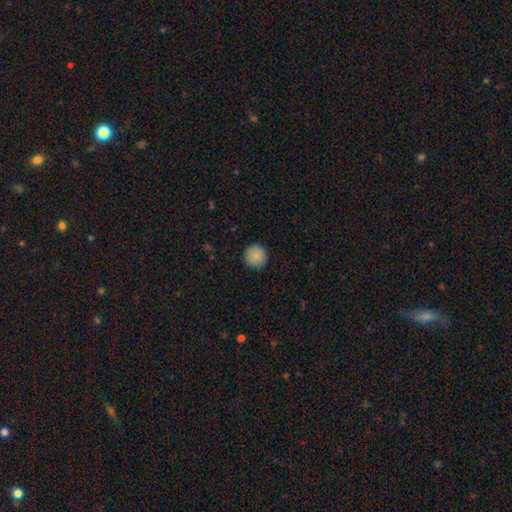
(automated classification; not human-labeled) A smooth galaxy with no disk features (88%) that is round (96%). Merging: none (92%).